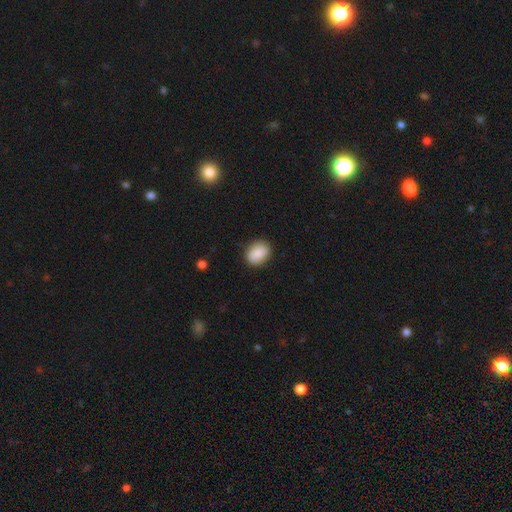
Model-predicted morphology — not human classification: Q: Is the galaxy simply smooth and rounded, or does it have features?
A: smooth — 87%.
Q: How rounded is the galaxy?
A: in between — 58%.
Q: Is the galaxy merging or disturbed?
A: none — 86%.